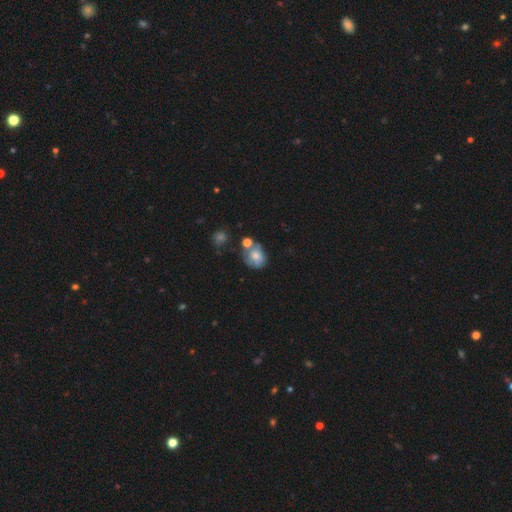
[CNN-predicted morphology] type=smooth (63%); roundness=round (52%); merging=none (39%).